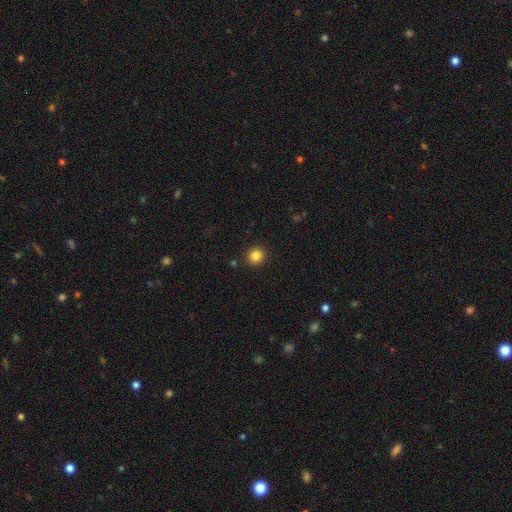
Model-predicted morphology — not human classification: This appears to be a smooth galaxy with no disk features (84%) that is round (91%). Merging: none (91%).